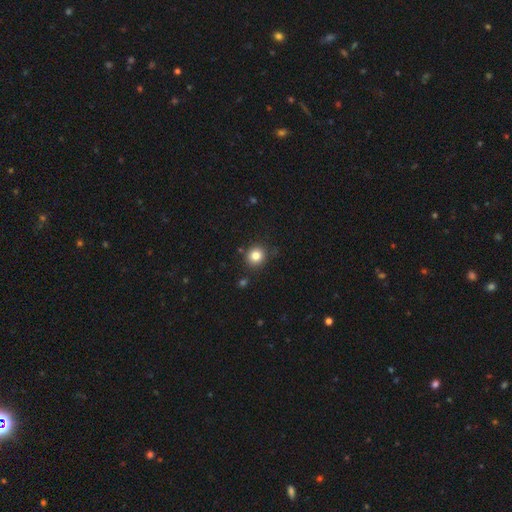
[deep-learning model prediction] Morphology: type=smooth (82%); roundness=round (90%); merging=none (86%).